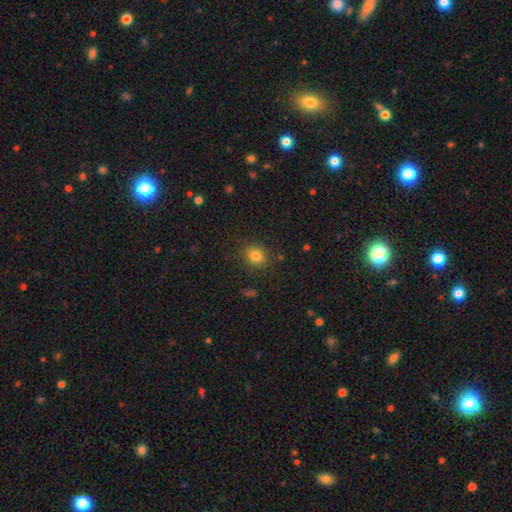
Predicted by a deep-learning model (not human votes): Morphology: type=smooth (81%); roundness=round (79%); merging=none (86%).